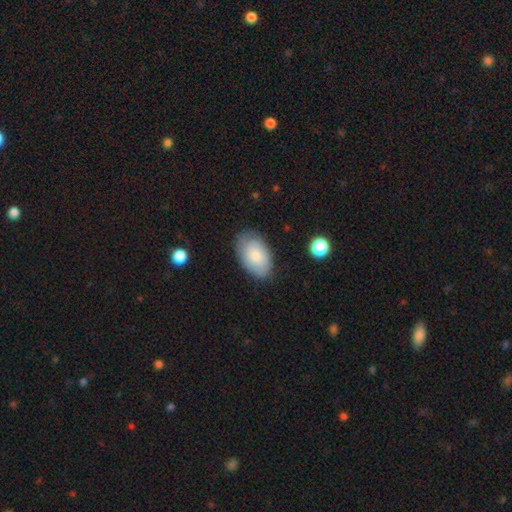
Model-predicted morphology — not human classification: smooth-or-featured: smooth: 74% | featured or disk: 19% | star or artifact: 7%
  how-rounded: in between: 92% | round: 7% | cigar-shaped: 1%
  merging: none: 76% | minor disturbance: 19% | major disturbance: 4% | merger: 1%